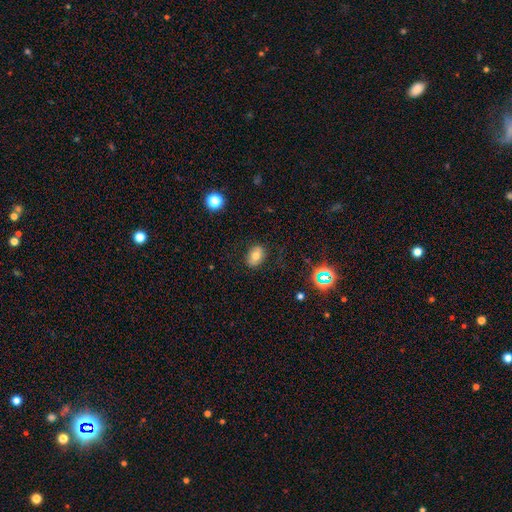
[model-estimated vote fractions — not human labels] Morphology: type=smooth (68%); roundness=in between (68%); merging=none (82%).